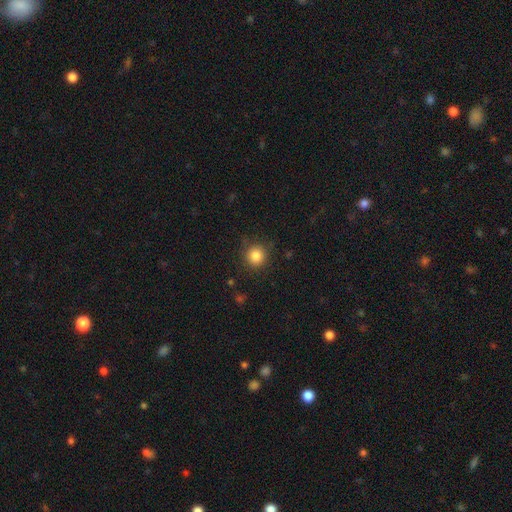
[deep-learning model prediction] Q: Smooth or featured?
A: smooth (84%); runner-up: star or artifact (11%)
Q: How rounded?
A: round (93%); runner-up: in between (6%)
Q: Merging?
A: none (87%); runner-up: minor disturbance (9%)